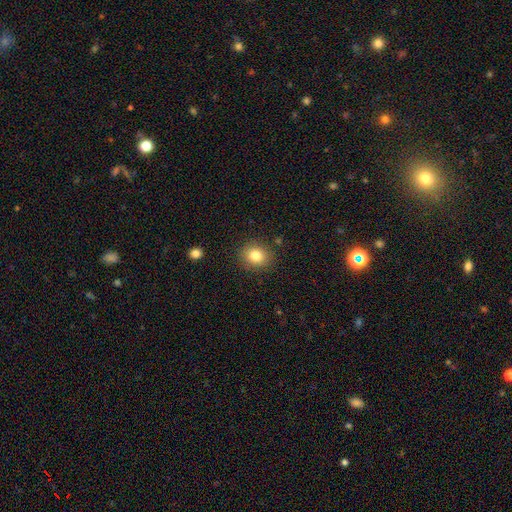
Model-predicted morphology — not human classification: A smooth galaxy with no disk features (82%) that is round (72%). Merging: none (88%).